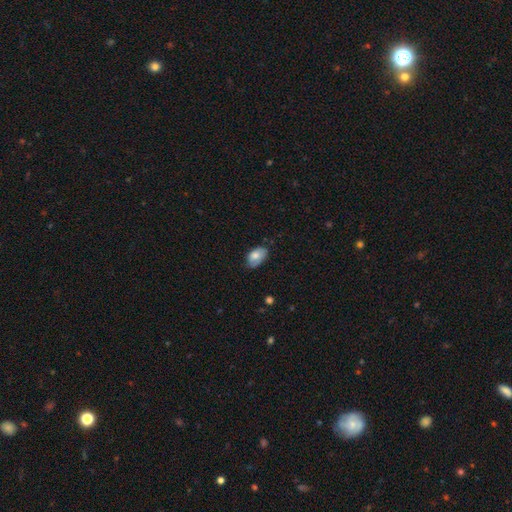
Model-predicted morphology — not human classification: This is likely a smooth galaxy (72%). How rounded: clearly in between (92%). Merging: likely none (64%).